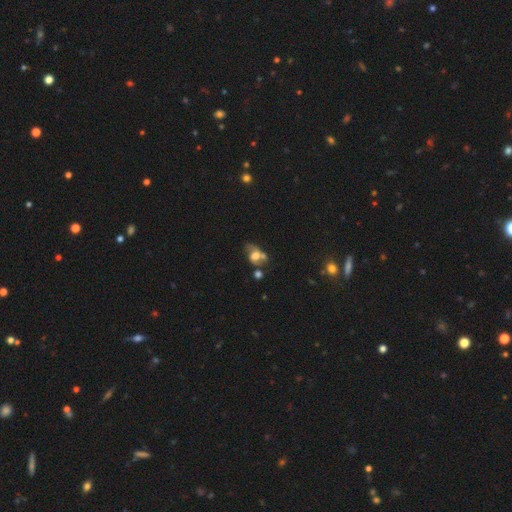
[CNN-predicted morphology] The model was most divided on "merging": merger: 30%, none: 29%, minor disturbance: 22%, major disturbance: 19%. More confident: how rounded — in between (70%); smooth or featured — smooth (52%).